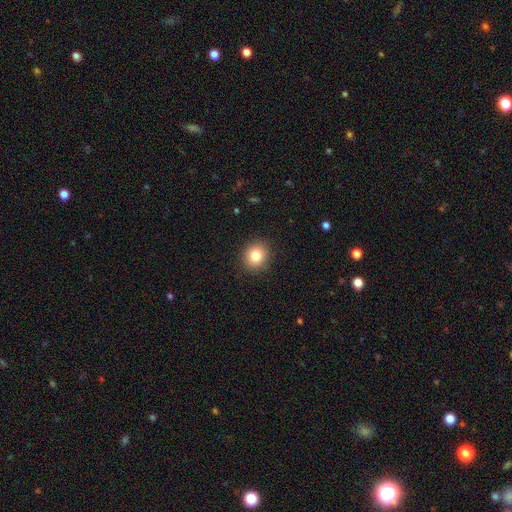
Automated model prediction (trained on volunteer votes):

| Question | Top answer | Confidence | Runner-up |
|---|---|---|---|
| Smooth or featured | smooth | 82% | star or artifact (11%) |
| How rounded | round | 81% | in between (18%) |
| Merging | none | 91% | minor disturbance (6%) |